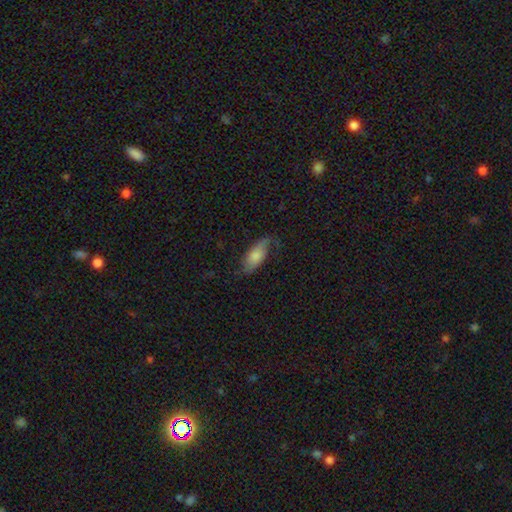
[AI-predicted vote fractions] This appears to be a smooth galaxy with no disk features (62%) that is in between round and cigar-shaped (85%). Merging: none (61%).